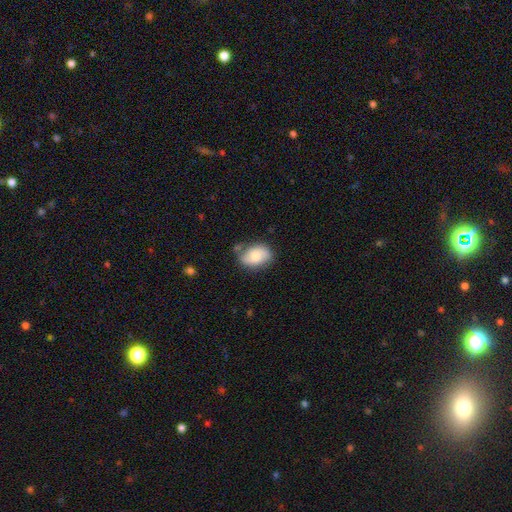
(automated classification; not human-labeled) A smooth galaxy with no disk features (69%) that is in between round and cigar-shaped (84%).

Vote fractions:
- Smooth or featured? smooth: 69% / featured or disk: 24% / star or artifact: 7%
- How rounded? in between: 84% / round: 14% / cigar-shaped: 1%
- Merging? none: 63% / minor disturbance: 24% / merger: 7% / major disturbance: 6%